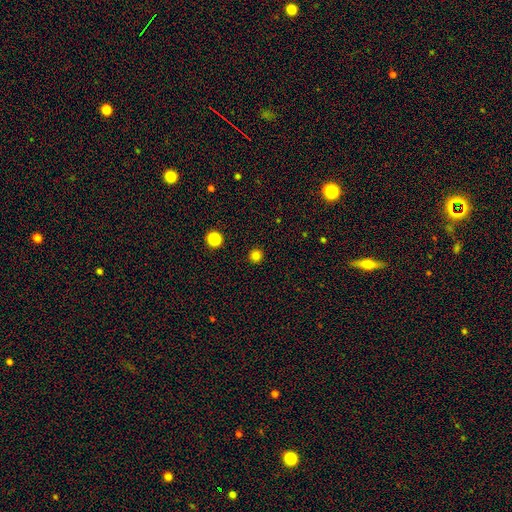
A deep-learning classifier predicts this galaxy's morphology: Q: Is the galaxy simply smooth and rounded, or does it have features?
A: smooth — 81%.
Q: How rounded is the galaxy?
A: round — 95%.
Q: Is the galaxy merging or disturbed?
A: none — 93%.